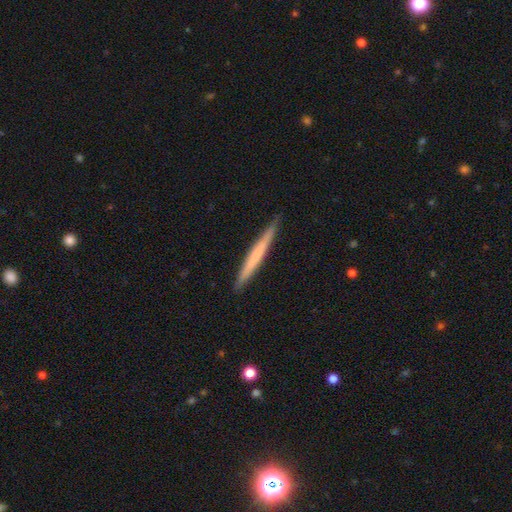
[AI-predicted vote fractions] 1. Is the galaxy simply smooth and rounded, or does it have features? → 55% smooth, 40% featured or disk, 5% star or artifact.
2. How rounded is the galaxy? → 97% cigar-shaped, 2% in between, 1% round.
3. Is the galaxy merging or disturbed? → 90% none, 7% minor disturbance, 1% major disturbance, 1% merger.